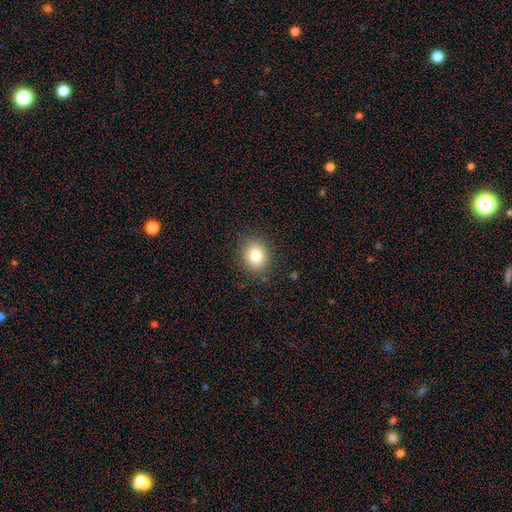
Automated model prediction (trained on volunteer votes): The model was most divided on "how rounded": round: 62%, in between: 37%, cigar-shaped: 1%. More confident: merging — none (87%); smooth or featured — smooth (81%).